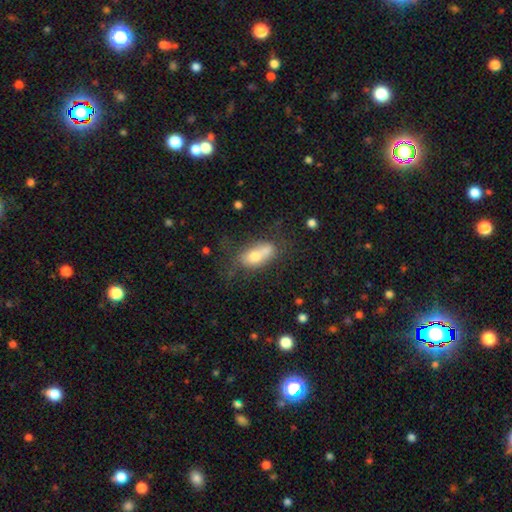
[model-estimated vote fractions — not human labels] smooth 65%, featured or disk 25%, star or artifact 10%. Down the decision tree: how rounded — in between (80%); merging — merger (39%).